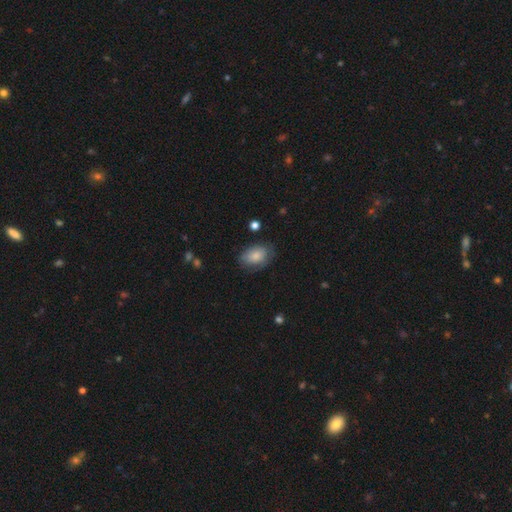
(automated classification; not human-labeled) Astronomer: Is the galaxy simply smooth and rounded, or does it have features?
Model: smooth — 78%.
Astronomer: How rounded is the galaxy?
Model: in between — 87%.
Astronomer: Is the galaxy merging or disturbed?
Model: none — 69%.